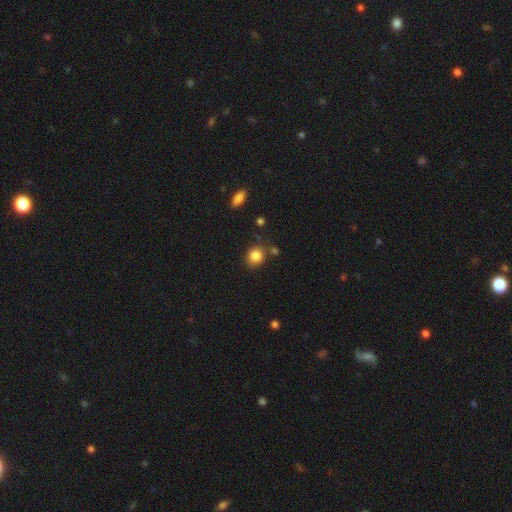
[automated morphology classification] This is clearly a smooth galaxy (84%). How rounded: likely round (77%). Merging: likely none (76%).